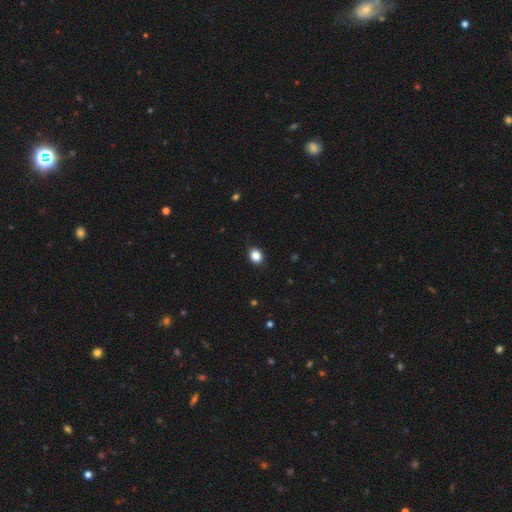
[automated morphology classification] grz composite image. It shows a smooth galaxy with no disk features (87%) that is in between round and cigar-shaped (51%). Merging: none (90%).